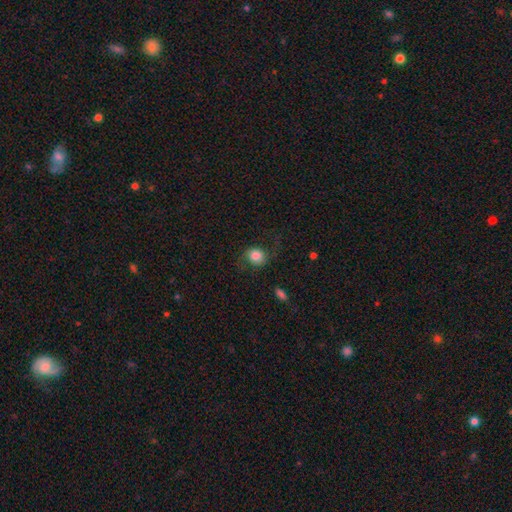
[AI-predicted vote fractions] This appears to be a smooth galaxy with no disk features (65%) that is round (66%). Merging: none (59%).